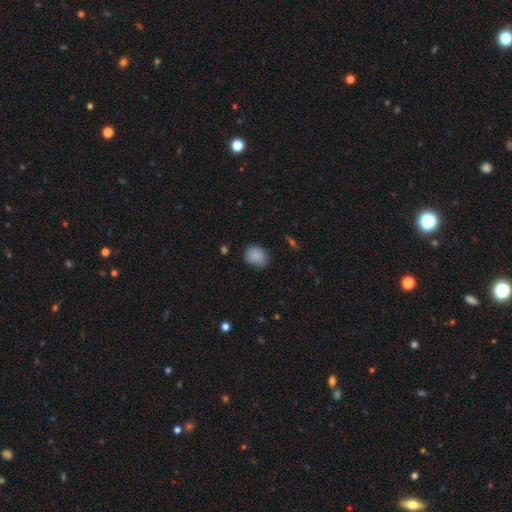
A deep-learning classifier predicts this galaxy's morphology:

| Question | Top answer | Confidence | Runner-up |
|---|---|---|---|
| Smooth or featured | smooth | 84% | star or artifact (9%) |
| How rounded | round | 60% | in between (39%) |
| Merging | none | 63% | minor disturbance (29%) |